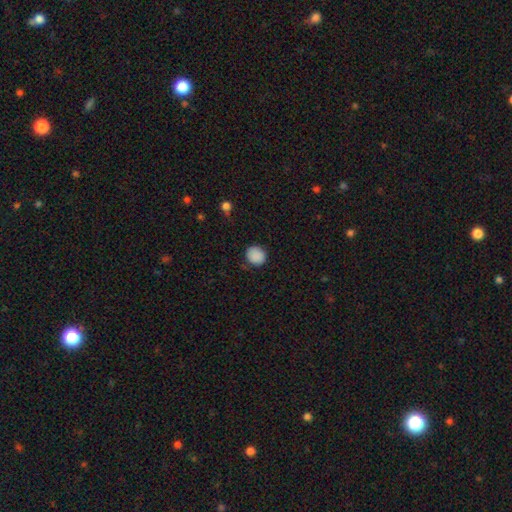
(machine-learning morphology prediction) type=smooth (88%); roundness=round (83%); merging=none (84%).